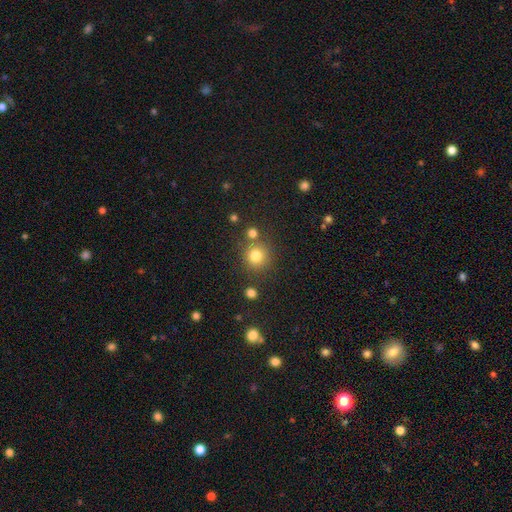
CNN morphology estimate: smooth 80%, star or artifact 14%, featured or disk 7%. Down the decision tree: how rounded — round (91%); merging — none (76%).